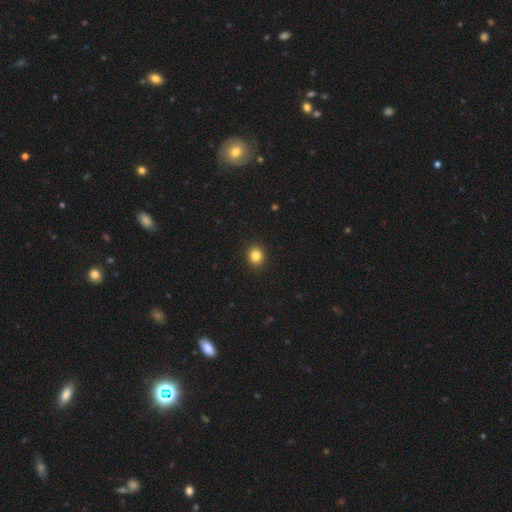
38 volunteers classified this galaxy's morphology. Smooth or featured? 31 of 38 (82%) said smooth. How rounded? 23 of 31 (74%) said round. Merging? 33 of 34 (97%) said none.